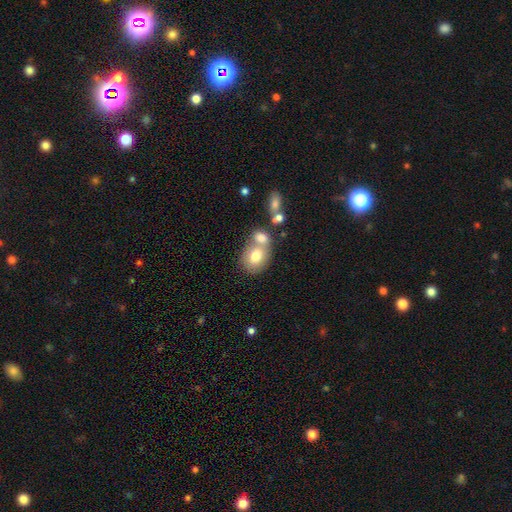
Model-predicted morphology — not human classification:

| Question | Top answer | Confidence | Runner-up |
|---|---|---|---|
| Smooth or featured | smooth | 73% | featured or disk (18%) |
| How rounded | in between | 55% | round (44%) |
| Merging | merger | 50% | none (37%) |